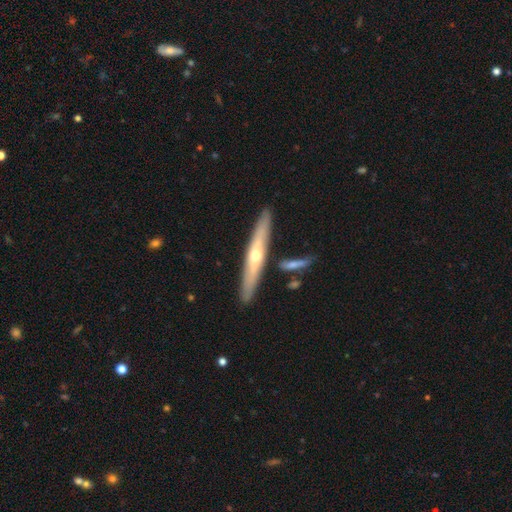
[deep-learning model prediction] smooth_or_featured: featured or disk (p=0.65) [alt: smooth p=0.29]
disk_edge_on: yes (p=0.90) [alt: no p=0.10]
edge_on_bulge: rounded (p=0.85) [alt: none p=0.13]
merging: none (p=0.84) [alt: minor disturbance p=0.09]